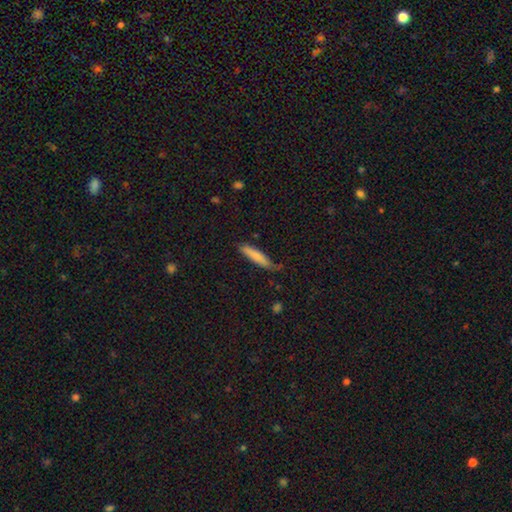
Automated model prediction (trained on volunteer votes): This appears to be a smooth galaxy with no disk features (78%) that is cigar-shaped (84%). Merging: none (70%).